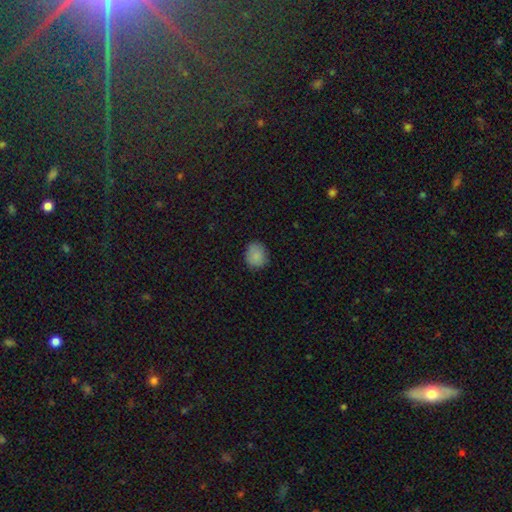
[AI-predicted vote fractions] This is clearly a smooth galaxy (85%). How rounded: likely round (73%). Merging: clearly none (82%).